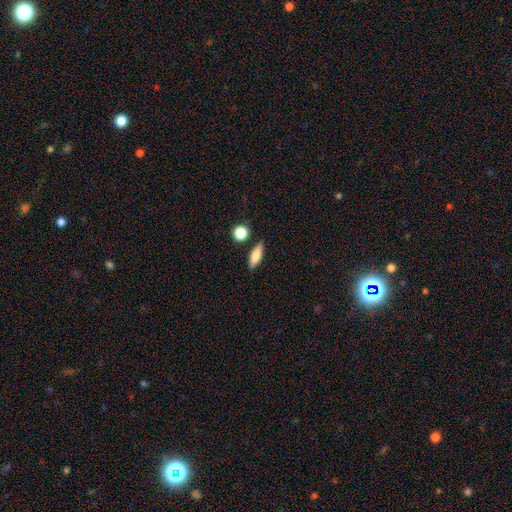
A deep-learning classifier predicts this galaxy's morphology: Smooth or featured: smooth — 72% (featured or disk — 20%)
How rounded: in between — 57% (cigar-shaped — 37%)
Merging: none — 82% (minor disturbance — 11%)